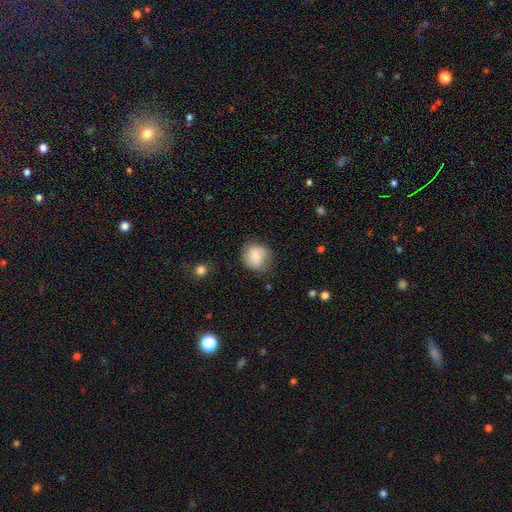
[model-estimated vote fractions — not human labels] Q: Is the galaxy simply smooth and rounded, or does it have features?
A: smooth — 81%.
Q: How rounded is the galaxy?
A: round — 75%.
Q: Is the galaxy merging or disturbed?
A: none — 67%.